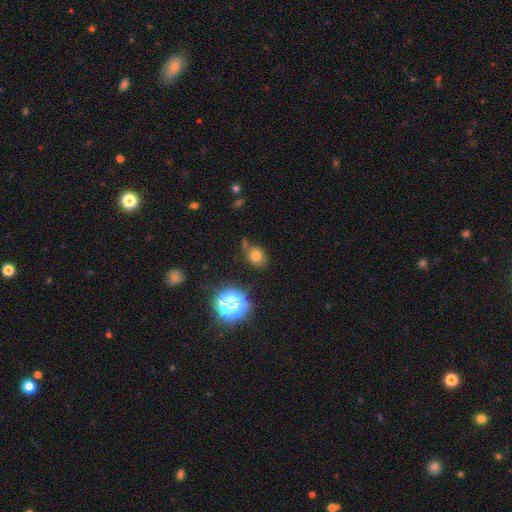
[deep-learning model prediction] smooth 66%, star or artifact 24%, featured or disk 10%. Down the decision tree: how rounded — in between (50%); merging — none (64%).